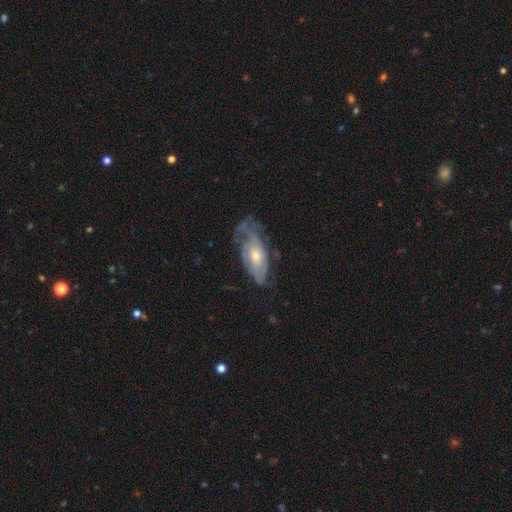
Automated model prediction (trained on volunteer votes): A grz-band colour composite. It shows a featured or disk galaxy (72%) with no bar (77%), tight (49%) spiral arms (81%) and a moderate central bulge (51%). Merging: none (51%).